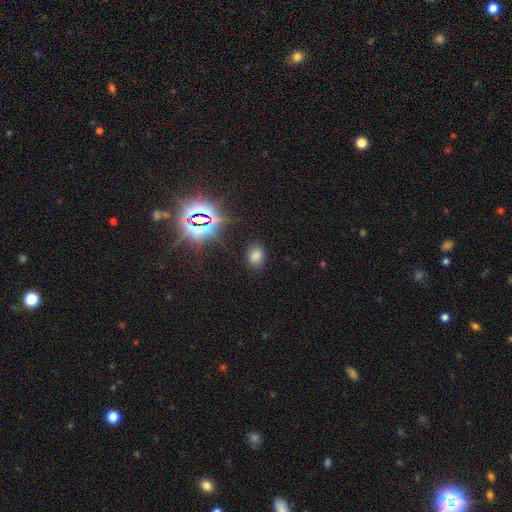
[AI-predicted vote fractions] Smooth or featured? Predicted: smooth (p=0.69). How rounded? Predicted: in between (p=0.74). Merging? Predicted: none (p=0.83).